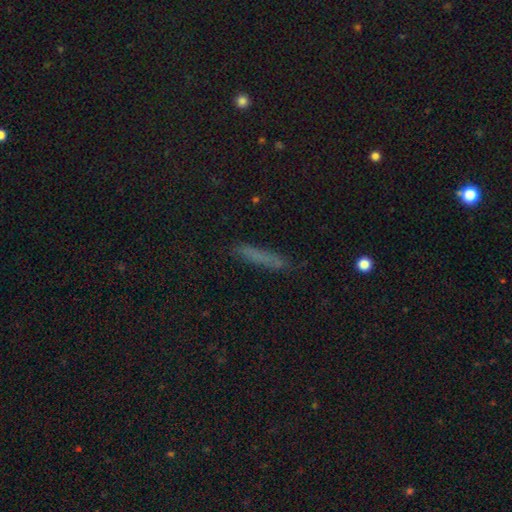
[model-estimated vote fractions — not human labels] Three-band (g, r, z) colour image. It shows a smooth galaxy with no disk features (68%) that is cigar-shaped (92%). Merging: none (85%).